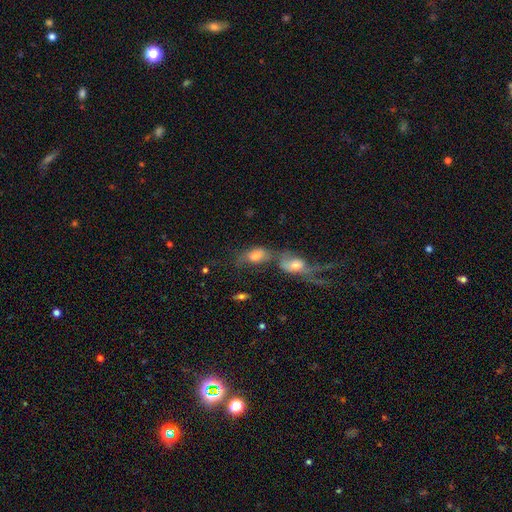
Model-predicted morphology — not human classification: A smooth galaxy with no disk features (69%) that is in between round and cigar-shaped (87%). Merging: merger (55%).